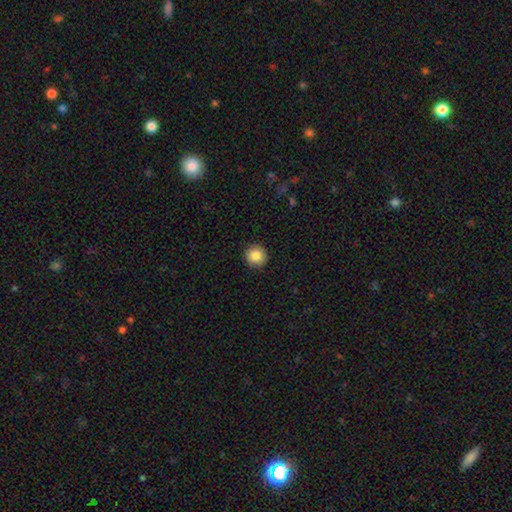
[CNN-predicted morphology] The model was most divided on "smooth or featured": smooth: 85%, star or artifact: 9%, featured or disk: 6%. More confident: how rounded — round (94%); merging — none (92%).